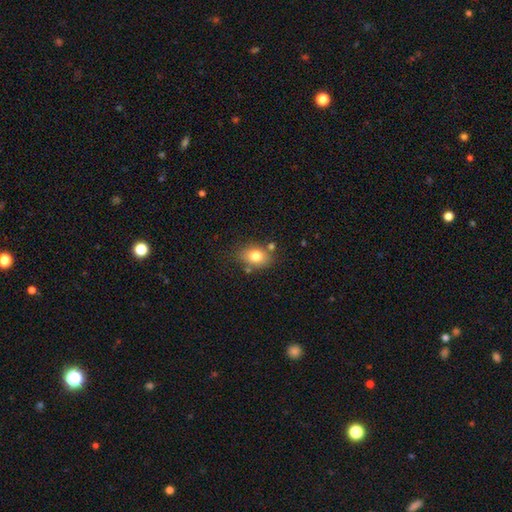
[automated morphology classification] Q: Smooth or featured?
A: smooth (78%); runner-up: featured or disk (12%)
Q: How rounded?
A: in between (67%); runner-up: round (32%)
Q: Merging?
A: none (71%); runner-up: minor disturbance (16%)